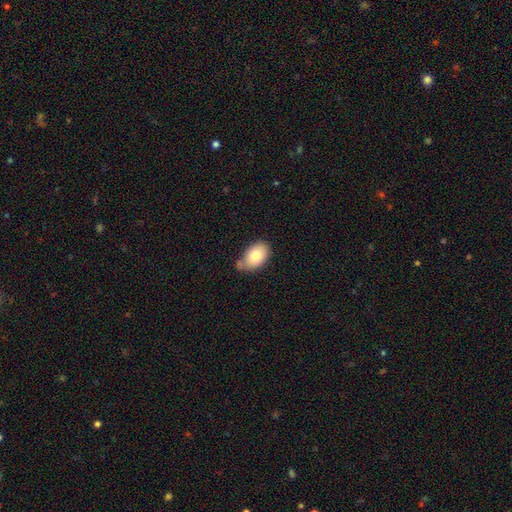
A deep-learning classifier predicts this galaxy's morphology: Smooth or featured? smooth (77%)
How rounded? in between (86%)
Merging? none (56%)